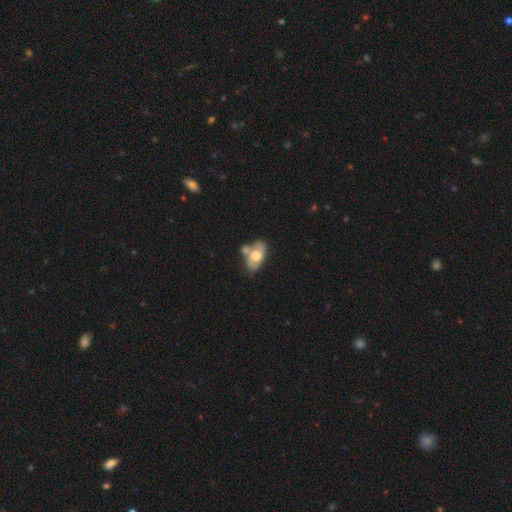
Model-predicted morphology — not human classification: smooth_or_featured: smooth (p=0.59) [alt: featured or disk p=0.35]
how_rounded: in between (p=0.90) [alt: round p=0.08]
merging: none (p=0.39) [alt: merger p=0.37]